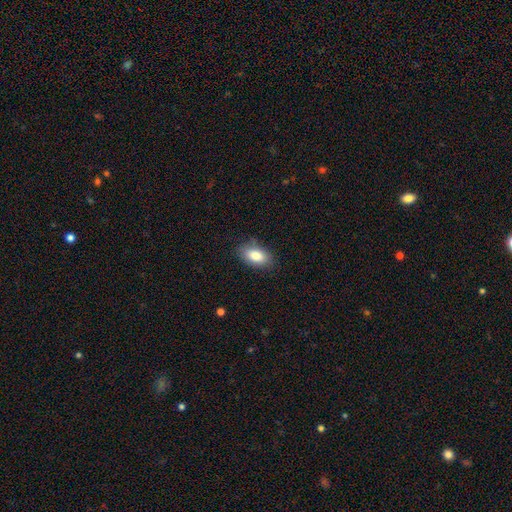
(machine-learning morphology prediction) smooth 85%, featured or disk 8%, star or artifact 7%. Down the decision tree: how rounded — in between (92%); merging — none (81%).